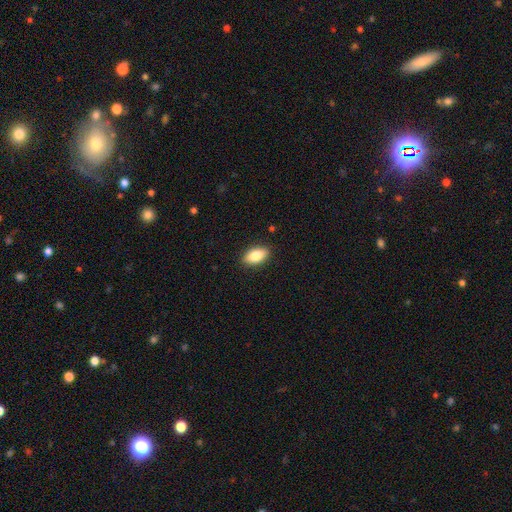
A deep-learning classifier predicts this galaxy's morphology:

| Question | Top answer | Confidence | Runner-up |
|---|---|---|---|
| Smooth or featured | smooth | 83% | featured or disk (10%) |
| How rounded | in between | 90% | cigar-shaped (5%) |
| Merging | none | 89% | minor disturbance (8%) |